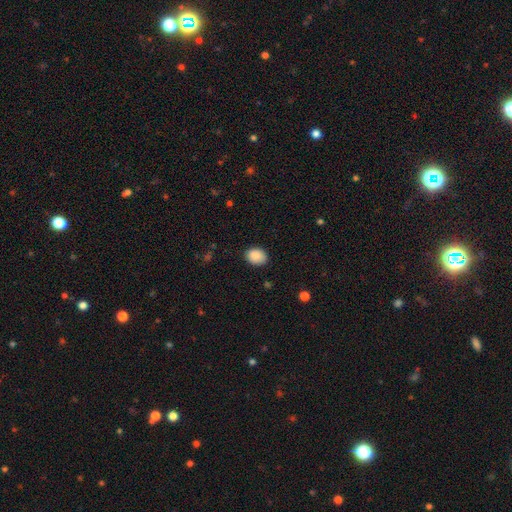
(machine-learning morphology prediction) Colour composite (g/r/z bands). It shows a smooth galaxy with no disk features (89%) that is in between round and cigar-shaped (61%). Merging: none (85%).